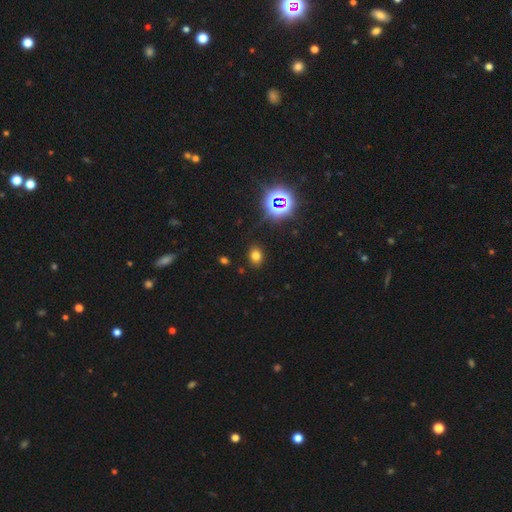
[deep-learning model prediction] Smooth or featured?
  - smooth: 71% *
  - star or artifact: 22%
  - featured or disk: 7%
How rounded?
  - in between: 59% *
  - round: 40%
  - cigar-shaped: 1%
Merging?
  - none: 87% *
  - minor disturbance: 9%
  - major disturbance: 3%
  - merger: 2%